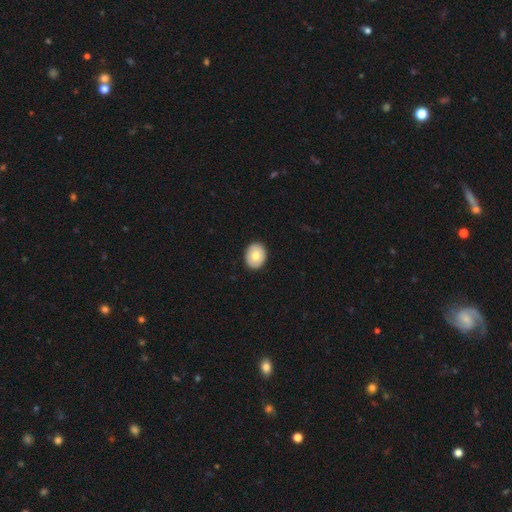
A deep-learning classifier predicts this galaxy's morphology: Overall: smooth (73%). How rounded: round (50%; in between 49%). Merging: none (91%).